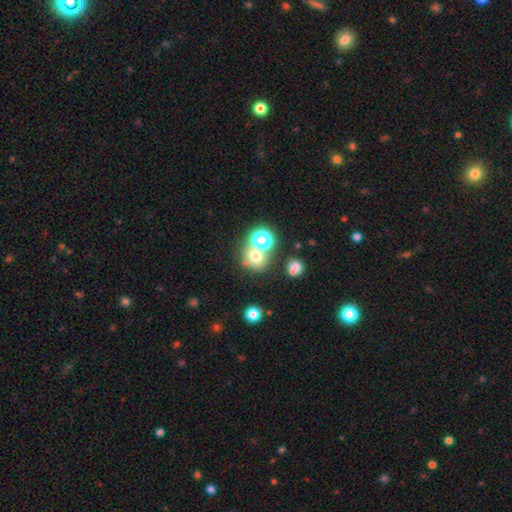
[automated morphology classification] Smooth or featured?
  - smooth: 66% *
  - star or artifact: 22%
  - featured or disk: 12%
How rounded?
  - round: 81% *
  - in between: 18%
  - cigar-shaped: 1%
Merging?
  - none: 52% *
  - merger: 34%
  - minor disturbance: 9%
  - major disturbance: 5%